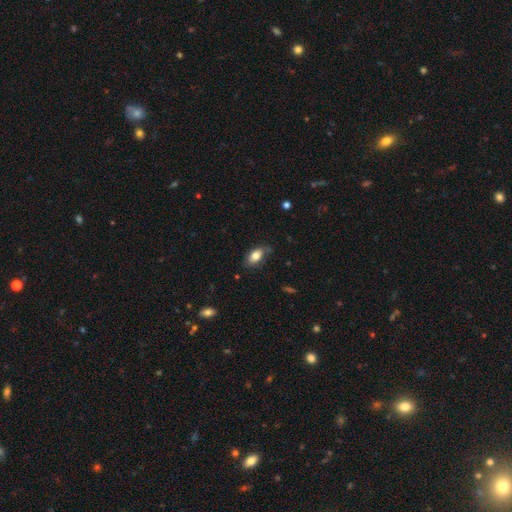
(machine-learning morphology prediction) smooth 78%, featured or disk 15%, star or artifact 7%. Down the decision tree: how rounded — in between (90%); merging — none (72%).